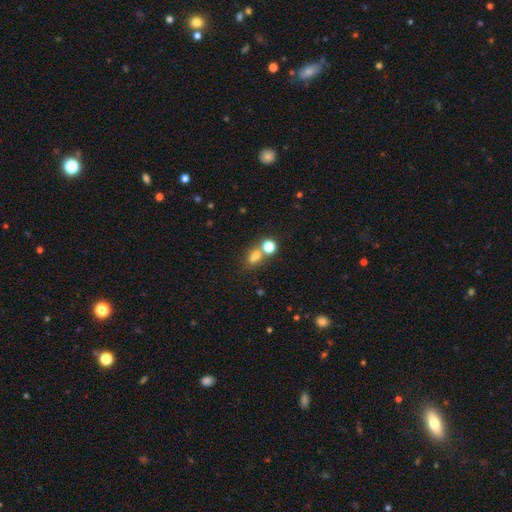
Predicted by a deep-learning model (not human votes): Q: Smooth or featured?
A: smooth (67%); runner-up: star or artifact (20%)
Q: How rounded?
A: round (54%); runner-up: in between (44%)
Q: Merging?
A: none (43%); runner-up: merger (42%)